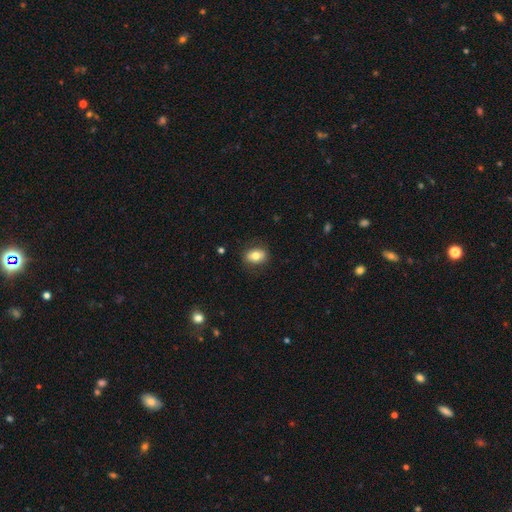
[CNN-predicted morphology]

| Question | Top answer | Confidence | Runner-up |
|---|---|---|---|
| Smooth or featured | smooth | 76% | featured or disk (16%) |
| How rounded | in between | 73% | round (26%) |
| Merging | none | 84% | minor disturbance (12%) |